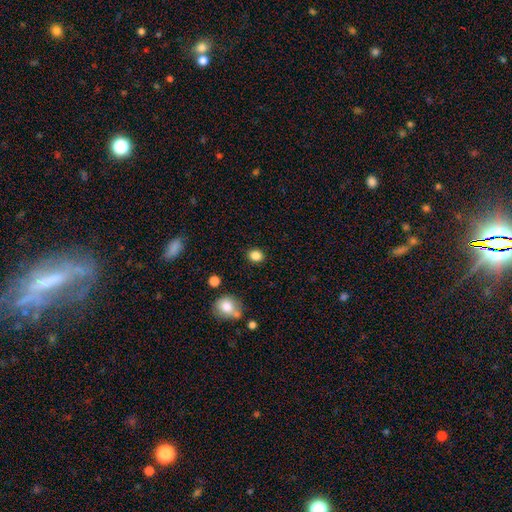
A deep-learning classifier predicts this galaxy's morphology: Smooth or featured? Predicted: smooth (p=0.85). How rounded? Predicted: round (p=0.60). Merging? Predicted: none (p=0.88).